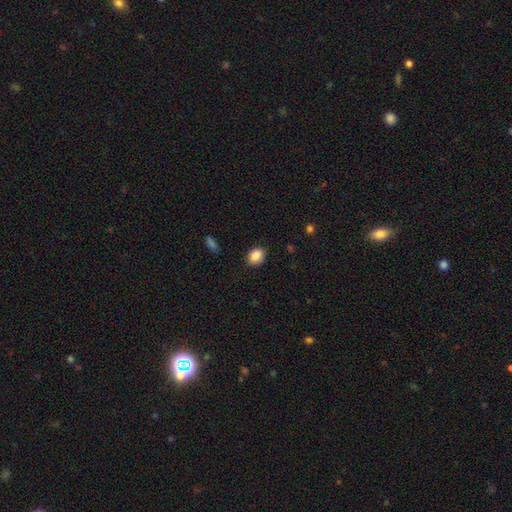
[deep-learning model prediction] smooth-or-featured: smooth: 88% | star or artifact: 8% | featured or disk: 3%
  how-rounded: in between: 60% | round: 39% | cigar-shaped: 1%
  merging: none: 84% | minor disturbance: 12% | major disturbance: 3% | merger: 1%